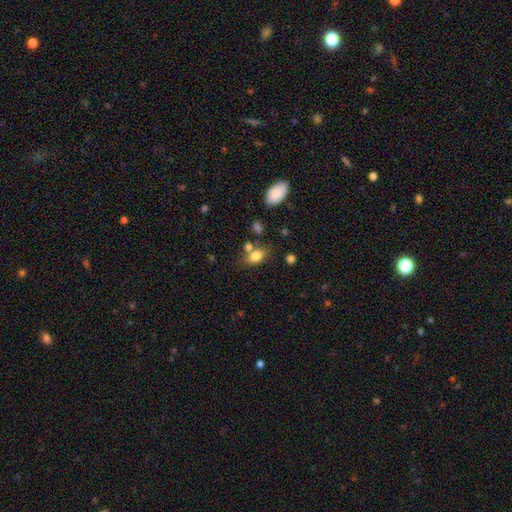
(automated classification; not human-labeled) A smooth galaxy with no disk features (79%) that is in between round and cigar-shaped (82%). Merging: none (58%).